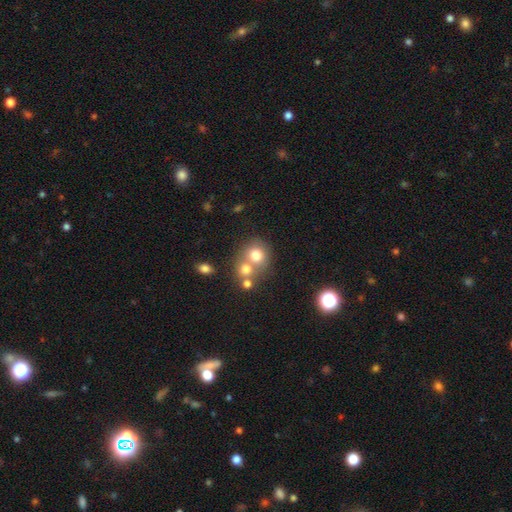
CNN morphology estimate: Smooth or featured? smooth (74%)
How rounded? round (79%)
Merging? merger (45%)